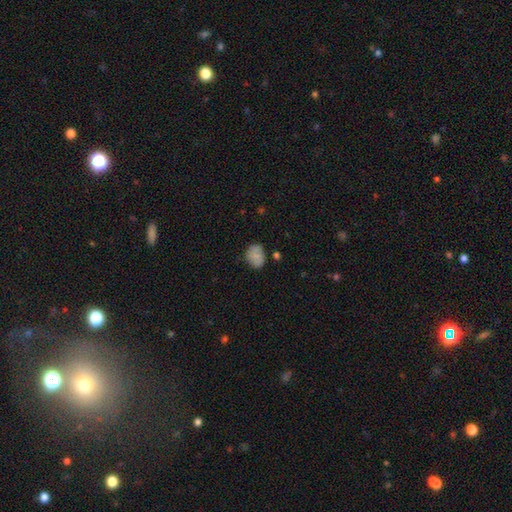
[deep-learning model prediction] The model was most divided on "how rounded": in between: 53%, round: 46%, cigar-shaped: 1%. More confident: smooth or featured — smooth (77%); merging — none (70%).